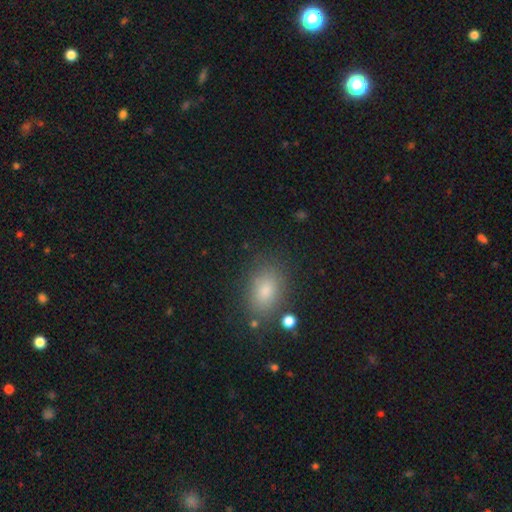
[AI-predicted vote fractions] smooth_or_featured: smooth (p=0.72) [alt: star or artifact p=0.20]
how_rounded: in between (p=0.67) [alt: round p=0.31]
merging: none (p=0.84) [alt: minor disturbance p=0.09]